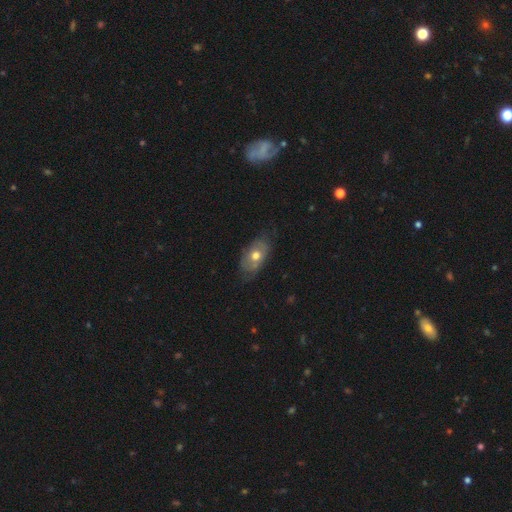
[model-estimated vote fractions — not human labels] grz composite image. It shows a smooth galaxy with no disk features (50%) that is in between round and cigar-shaped (87%). Merging: none (64%).